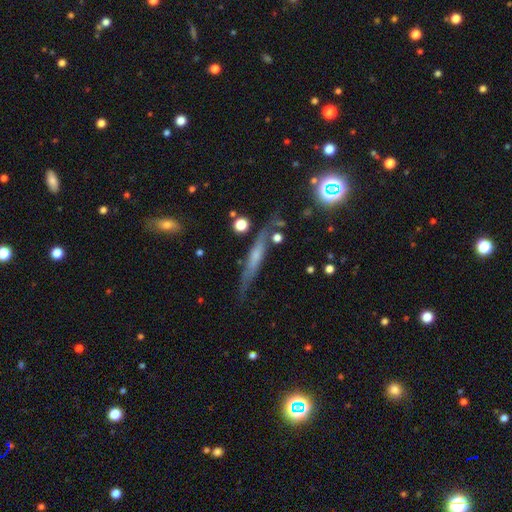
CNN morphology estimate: Smooth or featured?
  - featured or disk: 57% *
  - smooth: 32%
  - star or artifact: 11%
Edge-on disk?
  - yes: 89% *
  - no: 11%
Edge-on bulge?
  - none: 49% *
  - rounded: 37%
  - boxy: 15%
Merging?
  - none: 70% *
  - minor disturbance: 20%
  - major disturbance: 6%
  - merger: 4%